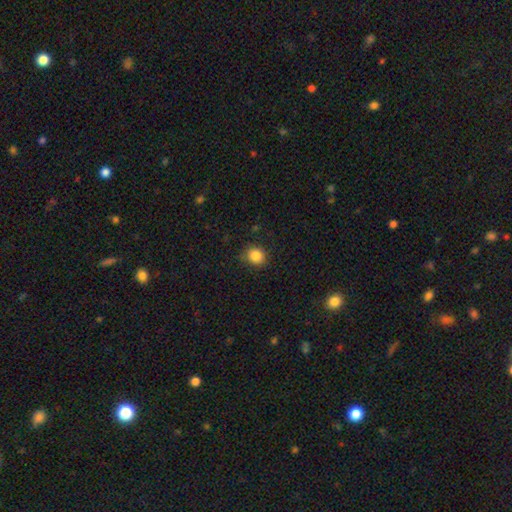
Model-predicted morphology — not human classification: Smooth or featured? smooth (85%)
How rounded? round (82%)
Merging? none (82%)